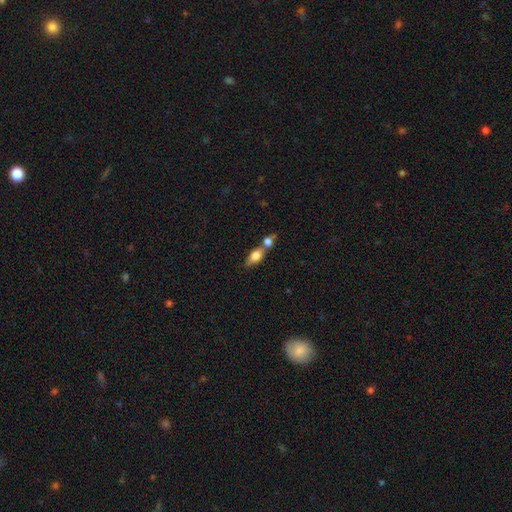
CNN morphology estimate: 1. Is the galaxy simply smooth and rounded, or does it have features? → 72% smooth, 20% featured or disk, 8% star or artifact.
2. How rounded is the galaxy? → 74% in between, 15% cigar-shaped, 11% round.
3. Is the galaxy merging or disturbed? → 49% merger, 36% none, 11% minor disturbance, 5% major disturbance.